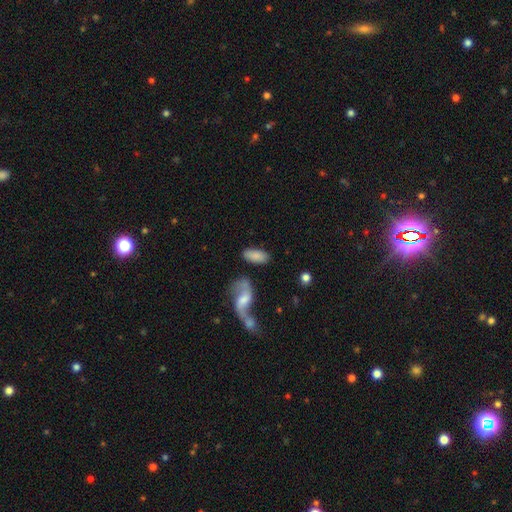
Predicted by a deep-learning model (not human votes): This appears to be a smooth galaxy with no disk features (79%) that is in between round and cigar-shaped (91%). Merging: none (68%).